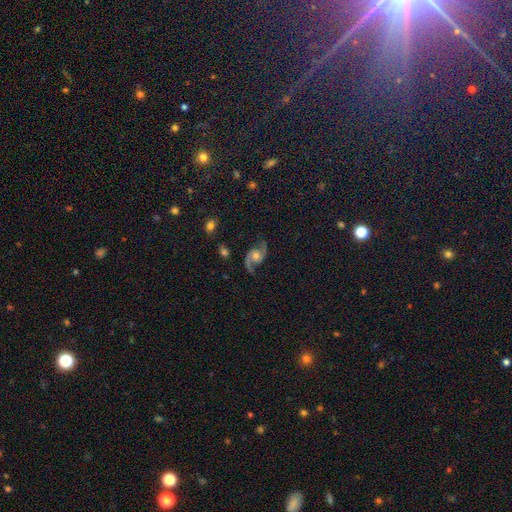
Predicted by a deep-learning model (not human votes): A featured or disk galaxy (90%) with no bar (71%), 2 (94%) medium (52%) spiral arms (98%) and a moderate central bulge (66%). Merging: none (81%).